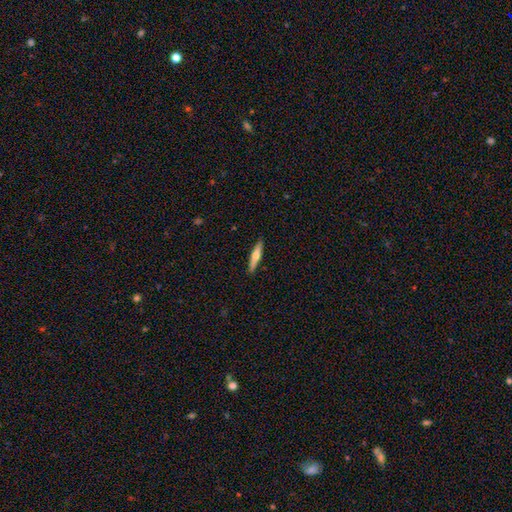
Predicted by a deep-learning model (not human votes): Smooth or featured? Predicted: featured or disk (p=0.52). Edge-on disk? Predicted: yes (p=0.96). Edge-on bulge? Predicted: rounded (p=0.88). Merging? Predicted: none (p=0.90).